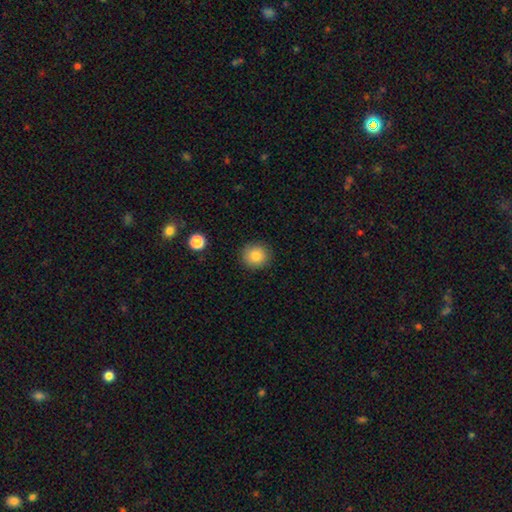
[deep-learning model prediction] This appears to be a smooth galaxy with no disk features (85%) that is round (89%). Merging: none (90%).